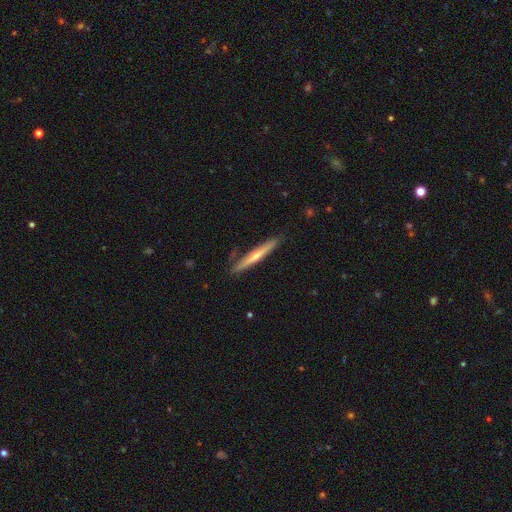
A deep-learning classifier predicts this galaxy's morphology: This is possibly a featured or disk galaxy (52%). It is clearly viewed edge-on (96%). Merging: clearly none (87%).